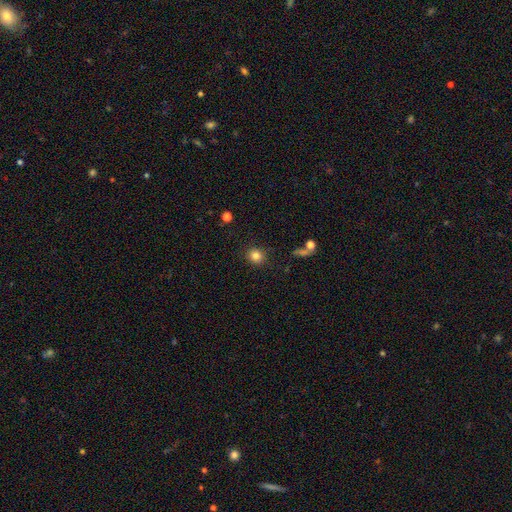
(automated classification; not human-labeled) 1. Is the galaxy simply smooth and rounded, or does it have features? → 82% smooth, 11% star or artifact, 6% featured or disk.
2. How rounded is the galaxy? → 87% round, 12% in between, 1% cigar-shaped.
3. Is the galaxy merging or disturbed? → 89% none, 7% minor disturbance, 2% major disturbance, 2% merger.